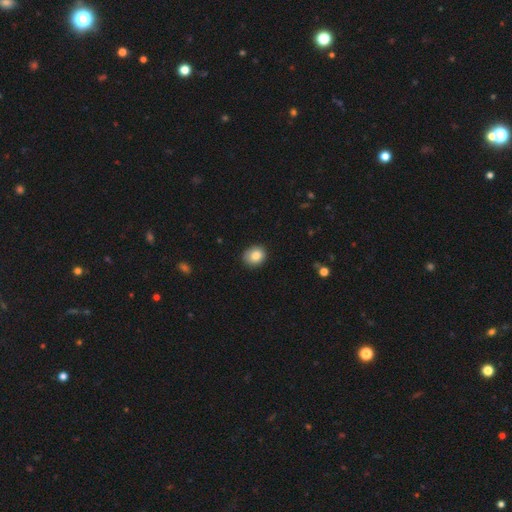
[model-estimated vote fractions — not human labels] Smooth or featured?
  - smooth: 85% *
  - star or artifact: 9%
  - featured or disk: 7%
How rounded?
  - round: 71% *
  - in between: 28%
  - cigar-shaped: 1%
Merging?
  - none: 83% *
  - minor disturbance: 13%
  - major disturbance: 2%
  - merger: 1%